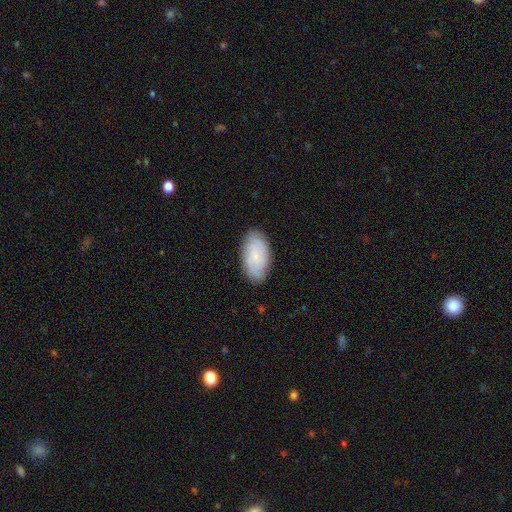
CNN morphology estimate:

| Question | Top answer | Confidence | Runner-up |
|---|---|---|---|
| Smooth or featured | smooth | 57% | featured or disk (35%) |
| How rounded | in between | 94% | round (3%) |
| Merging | none | 84% | minor disturbance (12%) |